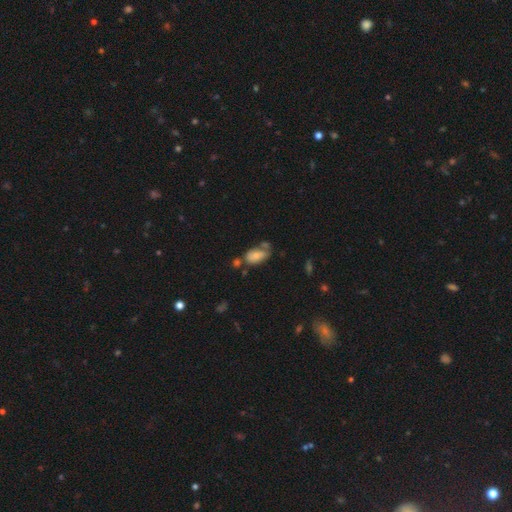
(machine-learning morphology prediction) Q: Smooth or featured?
A: smooth (74%); runner-up: featured or disk (17%)
Q: How rounded?
A: in between (91%); runner-up: round (6%)
Q: Merging?
A: none (44%); runner-up: merger (25%)